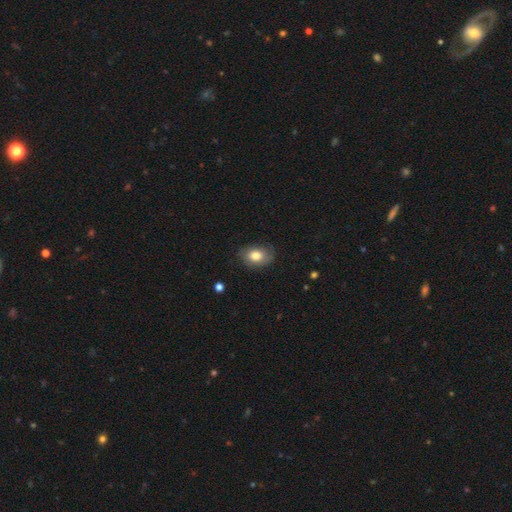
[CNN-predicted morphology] This appears to be a smooth galaxy with no disk features (79%) that is in between round and cigar-shaped (74%). Merging: none (78%).